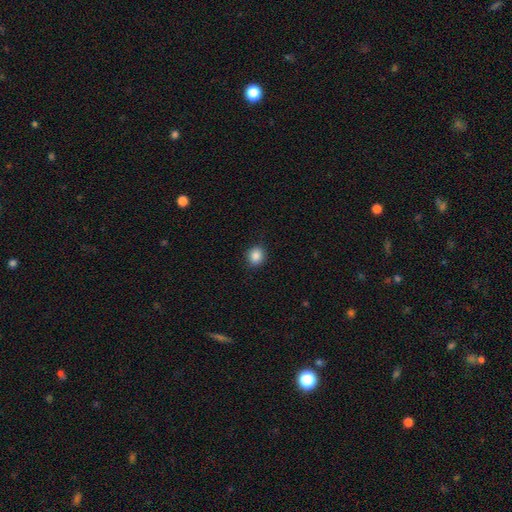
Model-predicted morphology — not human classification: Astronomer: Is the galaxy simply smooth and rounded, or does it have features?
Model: smooth — 88%.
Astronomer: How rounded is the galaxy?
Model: round — 73%.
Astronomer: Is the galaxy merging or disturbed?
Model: none — 89%.